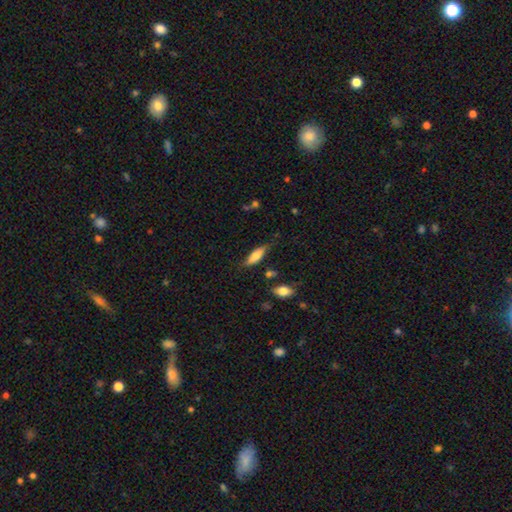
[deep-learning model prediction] Overall: smooth (72%). How rounded: in between (54%; cigar-shaped 44%). Merging: none (69%).